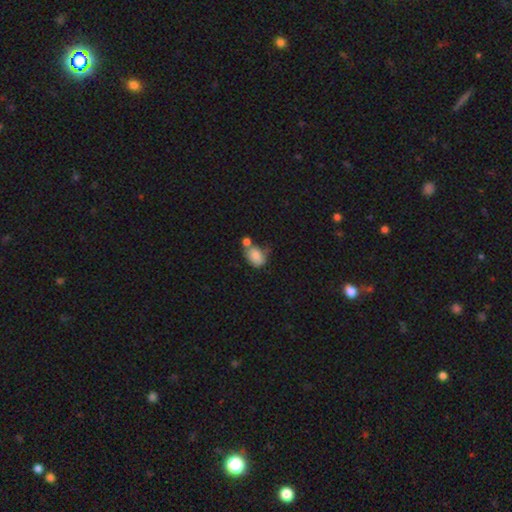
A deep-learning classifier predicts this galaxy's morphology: Smooth or featured: smooth — 81% (featured or disk — 10%)
How rounded: in between — 77% (round — 22%)
Merging: merger — 35% (none — 34%)